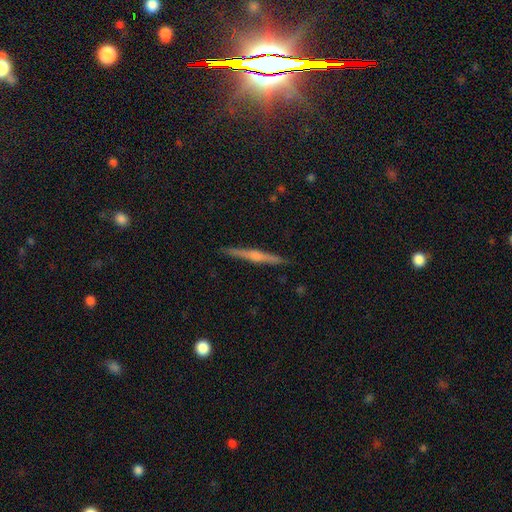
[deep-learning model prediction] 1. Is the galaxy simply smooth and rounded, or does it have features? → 69% featured or disk, 25% smooth, 7% star or artifact.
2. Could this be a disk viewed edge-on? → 98% yes, 2% no.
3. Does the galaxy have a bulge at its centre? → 75% rounded, 15% none, 10% boxy.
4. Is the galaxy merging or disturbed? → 91% none, 6% minor disturbance, 1% major disturbance, 1% merger.